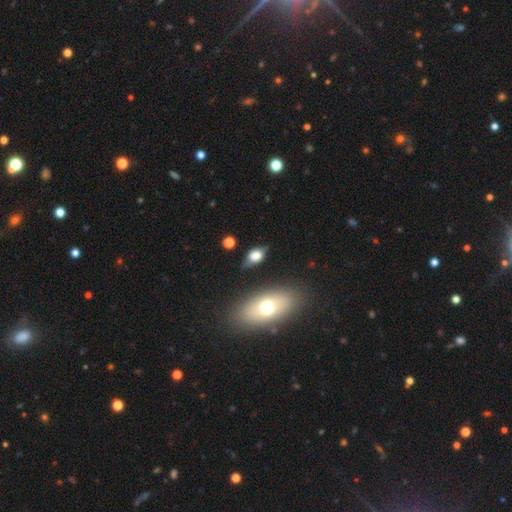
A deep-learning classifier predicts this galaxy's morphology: A smooth galaxy with no disk features (60%) that is in between round and cigar-shaped (78%). Merging: none (65%).